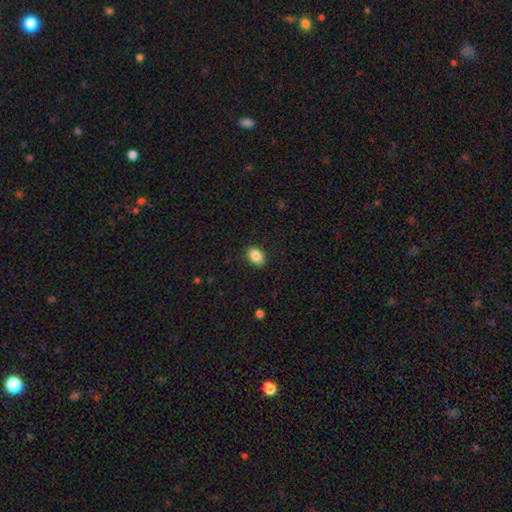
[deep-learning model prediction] smooth 87%, star or artifact 8%, featured or disk 5%. Down the decision tree: how rounded — in between (78%); merging — none (86%).